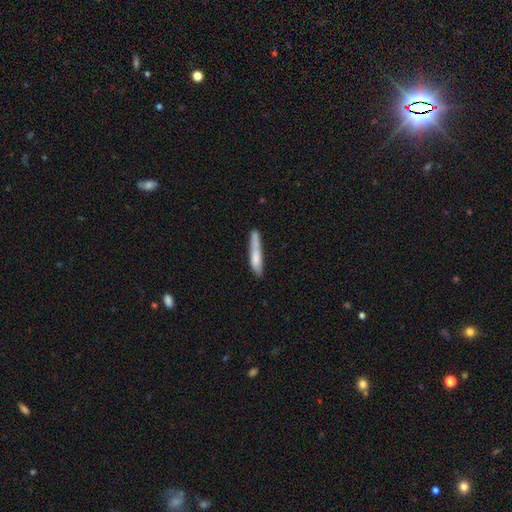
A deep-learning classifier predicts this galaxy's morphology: A smooth galaxy with no disk features (71%) that is cigar-shaped (91%). Merging: none (56%).